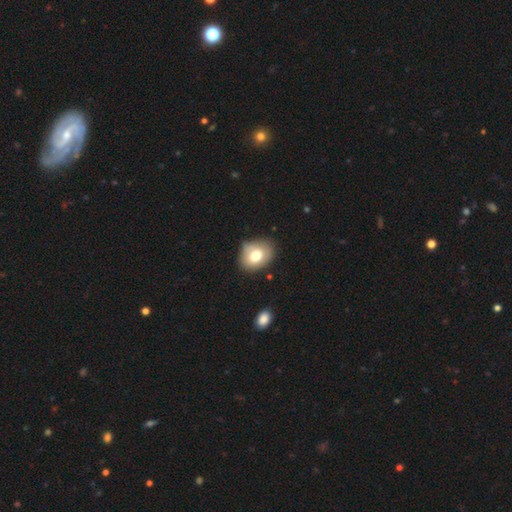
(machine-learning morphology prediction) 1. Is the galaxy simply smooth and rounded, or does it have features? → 73% smooth, 18% featured or disk, 8% star or artifact.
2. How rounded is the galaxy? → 61% in between, 38% round, 1% cigar-shaped.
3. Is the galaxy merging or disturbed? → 68% none, 23% minor disturbance, 5% major disturbance, 4% merger.